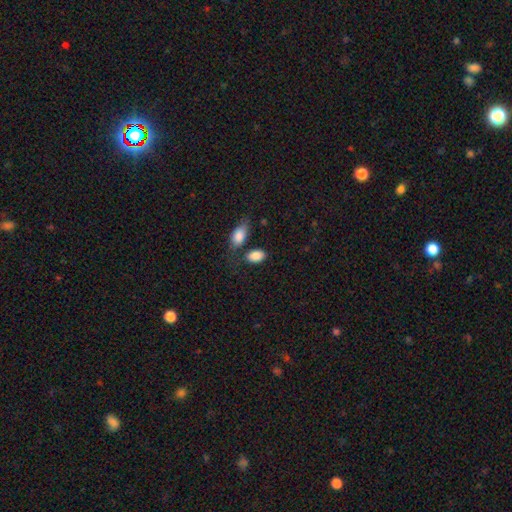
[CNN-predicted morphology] Smooth or featured?
  - smooth: 87% *
  - star or artifact: 7%
  - featured or disk: 5%
How rounded?
  - in between: 91% *
  - round: 7%
  - cigar-shaped: 2%
Merging?
  - none: 63% *
  - merger: 16%
  - minor disturbance: 16%
  - major disturbance: 5%